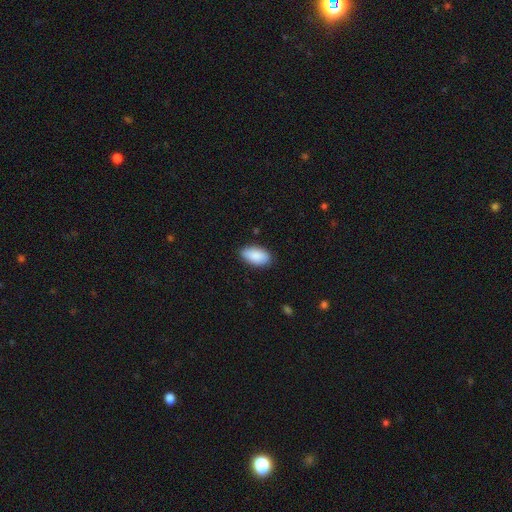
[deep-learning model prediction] Morphology: type=smooth (89%); roundness=in between (94%); merging=none (86%).